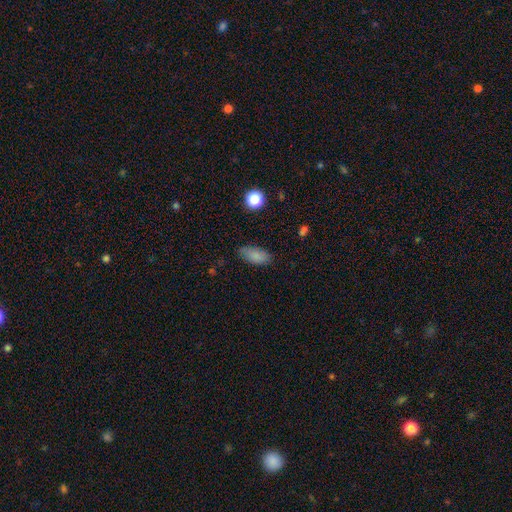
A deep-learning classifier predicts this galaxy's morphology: Smooth or featured?
  - smooth: 84% *
  - star or artifact: 9%
  - featured or disk: 7%
How rounded?
  - in between: 88% *
  - cigar-shaped: 8%
  - round: 4%
Merging?
  - none: 76% *
  - minor disturbance: 18%
  - major disturbance: 4%
  - merger: 1%